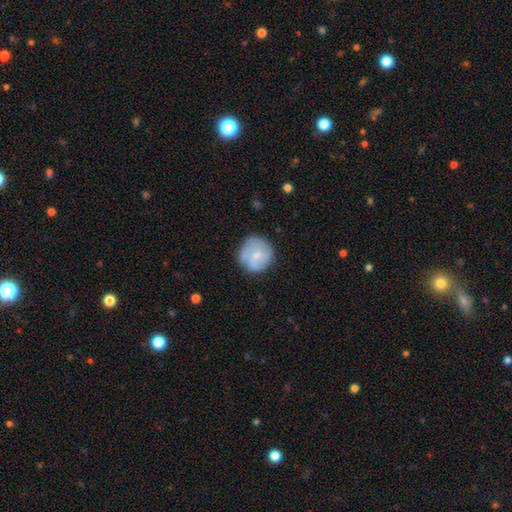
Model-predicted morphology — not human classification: This appears to be a smooth galaxy with no disk features (56%) that is round (92%). Merging: none (73%).